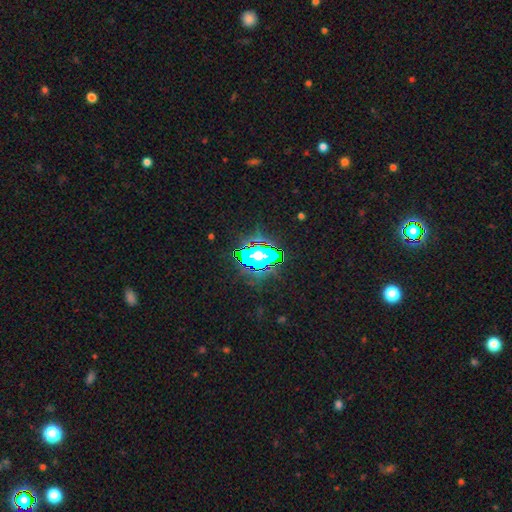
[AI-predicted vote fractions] This appears to be a star or artifact, not a galaxy (81%).